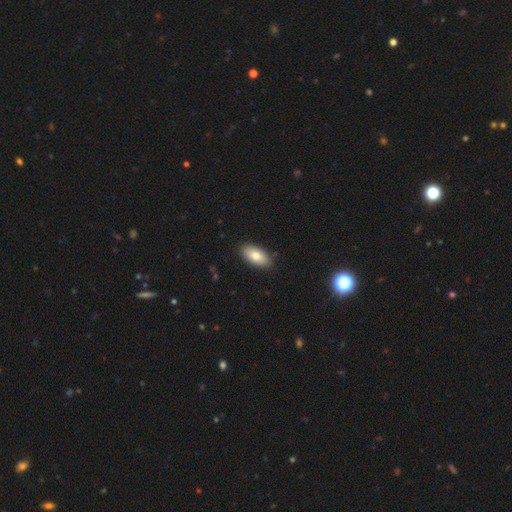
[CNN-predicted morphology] smooth_or_featured: smooth (p=0.79) [alt: featured or disk p=0.14]
how_rounded: in between (p=0.92) [alt: cigar-shaped p=0.05]
merging: none (p=0.87) [alt: minor disturbance p=0.10]